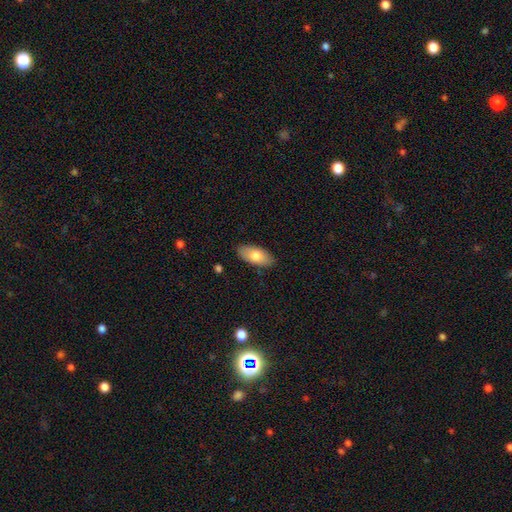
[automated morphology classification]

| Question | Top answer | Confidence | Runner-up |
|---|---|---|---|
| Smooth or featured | smooth | 77% | featured or disk (17%) |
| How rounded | in between | 90% | cigar-shaped (7%) |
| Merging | none | 86% | minor disturbance (10%) |